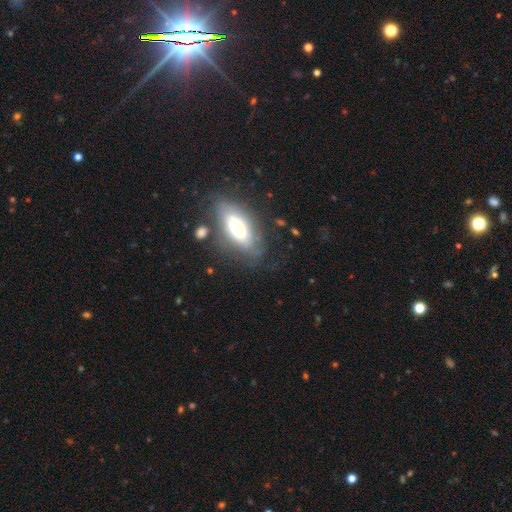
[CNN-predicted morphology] The model was most divided on "smooth or featured": featured or disk: 46%, smooth: 44%, star or artifact: 10%. More confident: merging — none (69%).